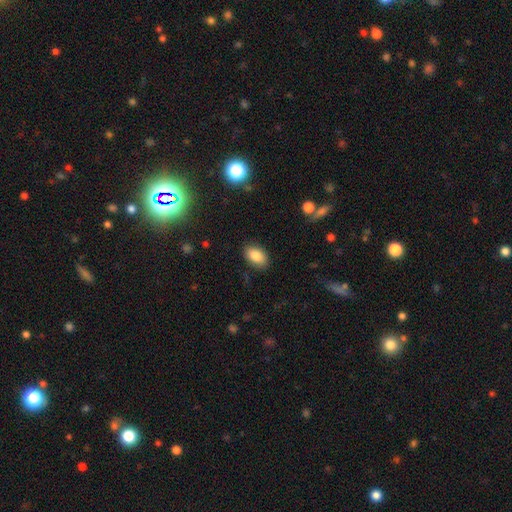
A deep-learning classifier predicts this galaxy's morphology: smooth_or_featured: smooth (p=0.85) [alt: star or artifact p=0.08]
how_rounded: in between (p=0.90) [alt: round p=0.08]
merging: none (p=0.86) [alt: minor disturbance p=0.10]